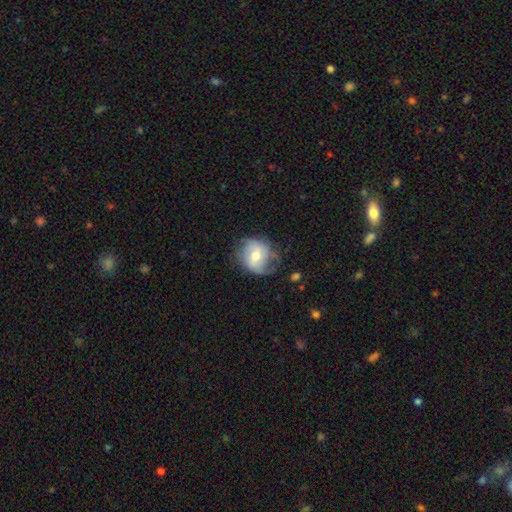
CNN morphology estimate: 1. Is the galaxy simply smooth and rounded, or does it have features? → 49% featured or disk, 44% smooth, 7% star or artifact.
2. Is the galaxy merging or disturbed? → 52% none, 29% minor disturbance, 17% major disturbance, 2% merger.